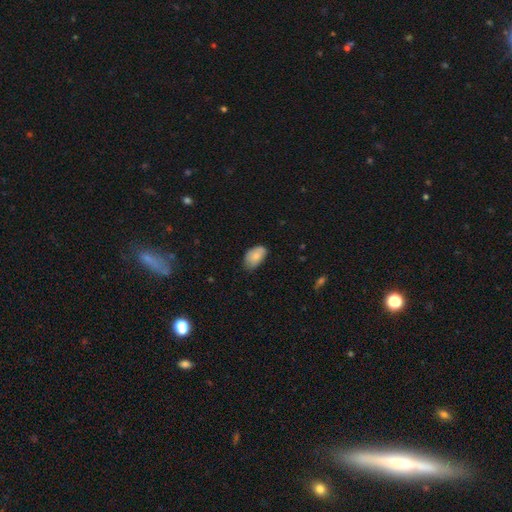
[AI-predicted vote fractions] Morphology: type=smooth (79%); roundness=in between (92%); merging=none (61%).